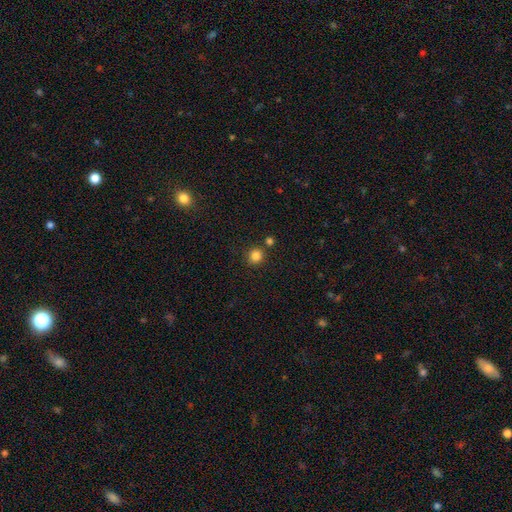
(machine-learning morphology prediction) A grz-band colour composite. It shows a smooth galaxy with no disk features (84%) that is round (92%). Merging: none (81%).